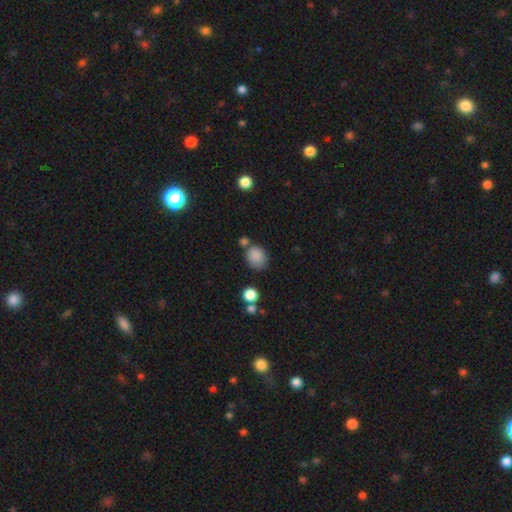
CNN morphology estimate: Overall: smooth (85%). How rounded: round (55%; in between 44%). Merging: none (58%; minor disturbance 20%).